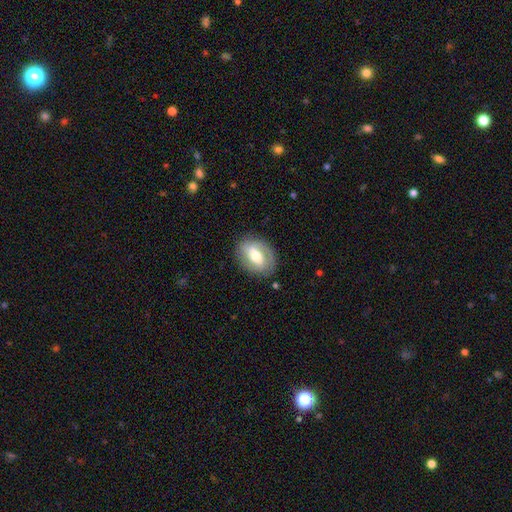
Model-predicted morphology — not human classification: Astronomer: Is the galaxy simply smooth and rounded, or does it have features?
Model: featured or disk — 61%.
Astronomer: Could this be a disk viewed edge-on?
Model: no — 94%.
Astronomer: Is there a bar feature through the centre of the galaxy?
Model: weak — 40% (runner-up: strong, 32%).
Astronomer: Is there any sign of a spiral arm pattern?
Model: yes — 71%.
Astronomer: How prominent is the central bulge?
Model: moderate — 66%.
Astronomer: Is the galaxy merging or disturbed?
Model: none — 80%.